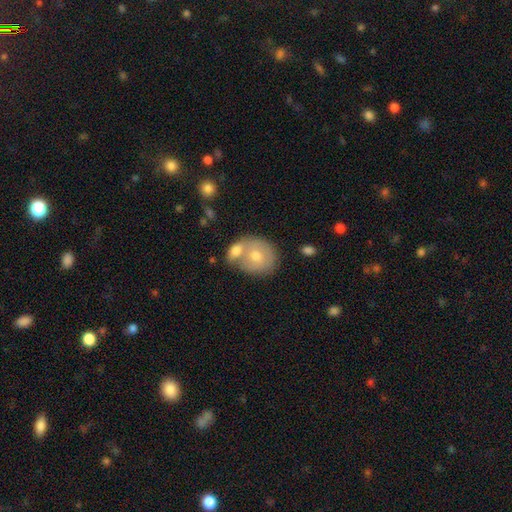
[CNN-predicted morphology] Smooth or featured?
  - smooth: 61% *
  - featured or disk: 31%
  - star or artifact: 8%
How rounded?
  - round: 74% *
  - in between: 25%
  - cigar-shaped: 1%
Merging?
  - merger: 49% *
  - none: 37%
  - minor disturbance: 10%
  - major disturbance: 4%